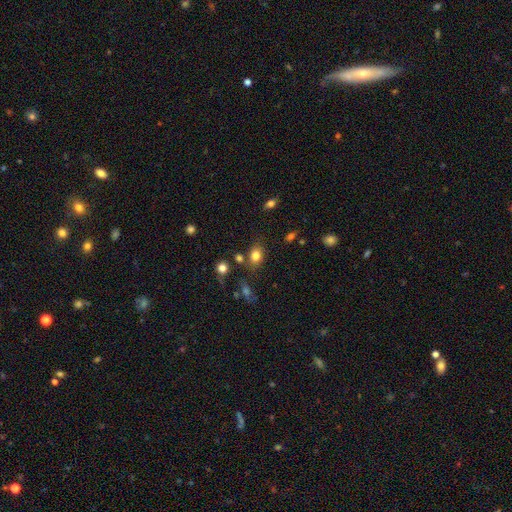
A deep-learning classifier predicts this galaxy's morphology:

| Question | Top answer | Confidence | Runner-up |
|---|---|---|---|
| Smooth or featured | smooth | 80% | star or artifact (12%) |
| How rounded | in between | 68% | round (30%) |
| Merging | none | 73% | minor disturbance (15%) |